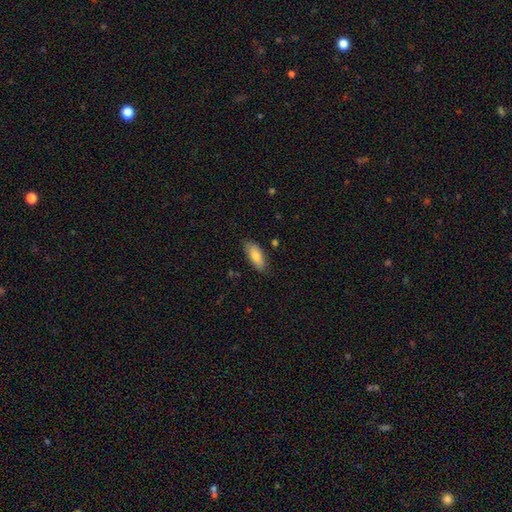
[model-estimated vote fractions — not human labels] smooth 80%, featured or disk 13%, star or artifact 6%. Down the decision tree: how rounded — in between (81%); merging — none (82%).